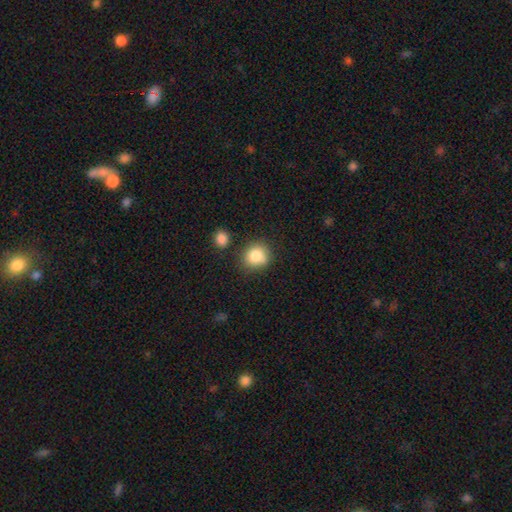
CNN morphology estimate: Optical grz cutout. It shows a smooth galaxy with no disk features (84%) that is round (77%). Merging: none (73%).